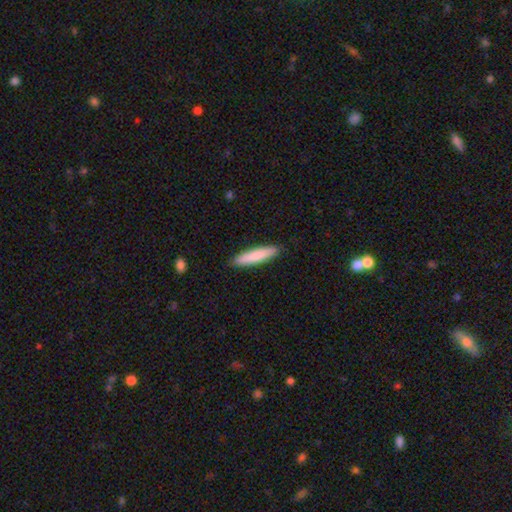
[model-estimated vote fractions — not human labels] Smooth or featured?
  - smooth: 83% *
  - featured or disk: 12%
  - star or artifact: 5%
How rounded?
  - cigar-shaped: 86% *
  - in between: 13%
  - round: 1%
Merging?
  - none: 90% *
  - minor disturbance: 7%
  - major disturbance: 1%
  - merger: 1%